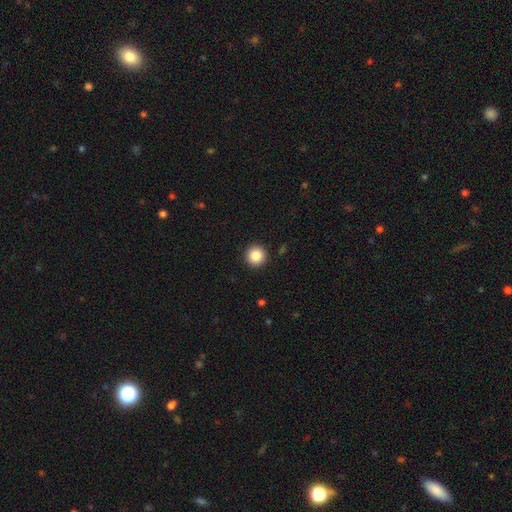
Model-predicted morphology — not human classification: This is clearly a smooth galaxy (86%). How rounded: clearly round (96%). Merging: clearly none (93%).